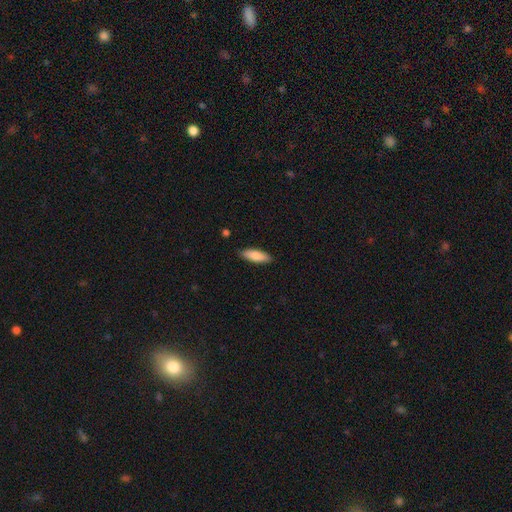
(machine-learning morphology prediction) smooth 83%, featured or disk 11%, star or artifact 6%. Down the decision tree: how rounded — in between (53%); merging — none (88%).